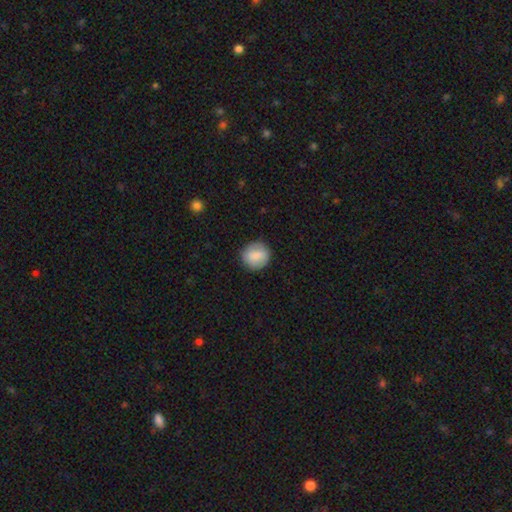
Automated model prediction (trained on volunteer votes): A smooth galaxy with no disk features (83%) that is round (89%).

Vote fractions:
- Smooth or featured? smooth: 83% / featured or disk: 10% / star or artifact: 7%
- How rounded? round: 89% / in between: 10% / cigar-shaped: 1%
- Merging? none: 87% / minor disturbance: 9% / major disturbance: 2% / merger: 1%